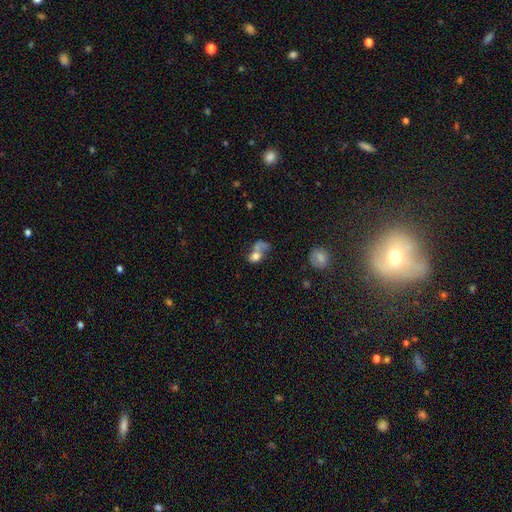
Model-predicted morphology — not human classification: Smooth or featured?
  - smooth: 65% *
  - featured or disk: 24%
  - star or artifact: 11%
How rounded?
  - in between: 54% *
  - round: 44%
  - cigar-shaped: 3%
Merging?
  - merger: 46% *
  - major disturbance: 23%
  - none: 20%
  - minor disturbance: 11%